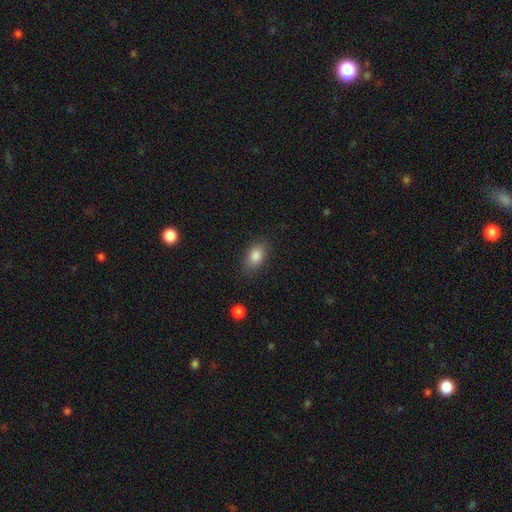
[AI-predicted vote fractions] This appears to be a smooth galaxy with no disk features (85%) that is in between round and cigar-shaped (85%). Merging: none (82%).